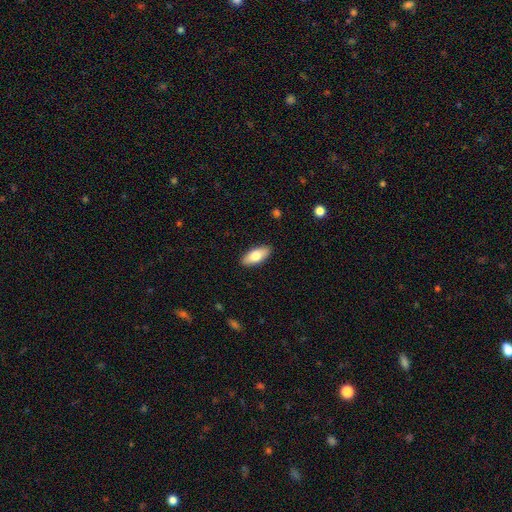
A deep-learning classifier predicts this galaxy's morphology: smooth-or-featured: smooth: 75% | featured or disk: 19% | star or artifact: 6%
  how-rounded: in between: 83% | cigar-shaped: 14% | round: 3%
  merging: none: 90% | minor disturbance: 8% | major disturbance: 2% | merger: 1%